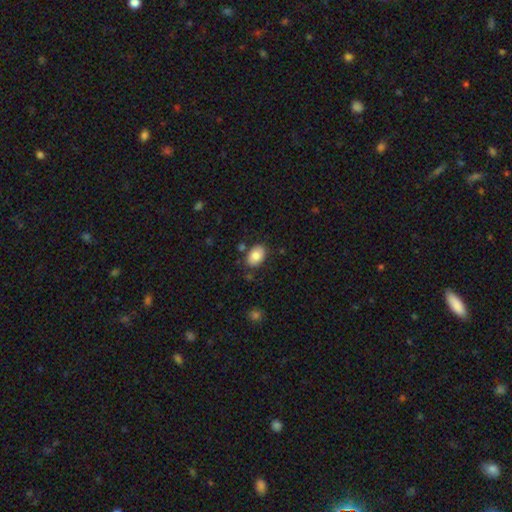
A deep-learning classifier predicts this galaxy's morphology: Overall: smooth (84%). How rounded: in between (85%). Merging: none (81%).